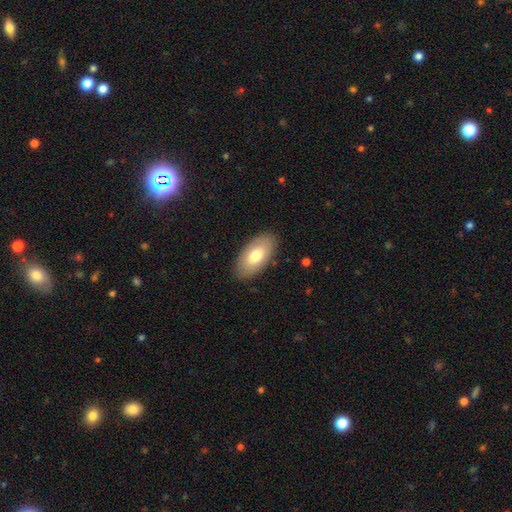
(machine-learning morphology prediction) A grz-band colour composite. It shows a smooth galaxy with no disk features (72%) that is in between round and cigar-shaped (94%). Merging: none (86%).